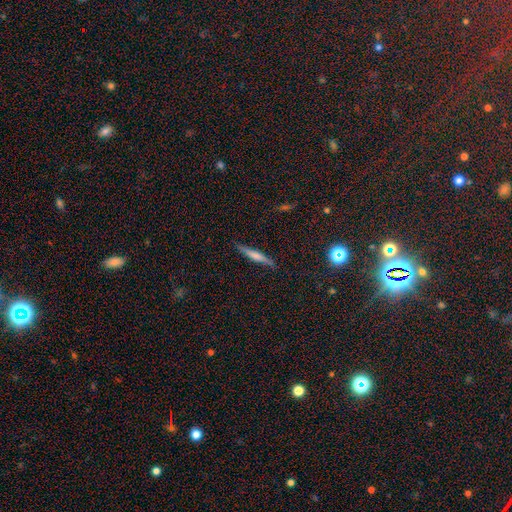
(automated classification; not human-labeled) smooth_or_featured: smooth (p=0.50) [alt: featured or disk p=0.41]
how_rounded: cigar-shaped (p=0.92) [alt: in between p=0.06]
merging: none (p=0.87) [alt: minor disturbance p=0.09]